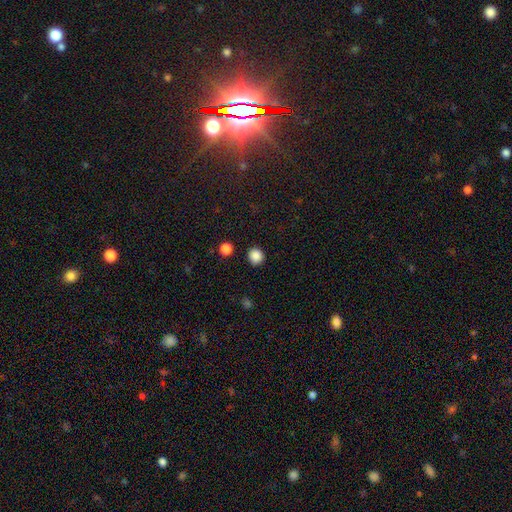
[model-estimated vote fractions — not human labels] Smooth or featured? Predicted: smooth (p=0.87). How rounded? Predicted: round (p=0.90). Merging? Predicted: none (p=0.89).